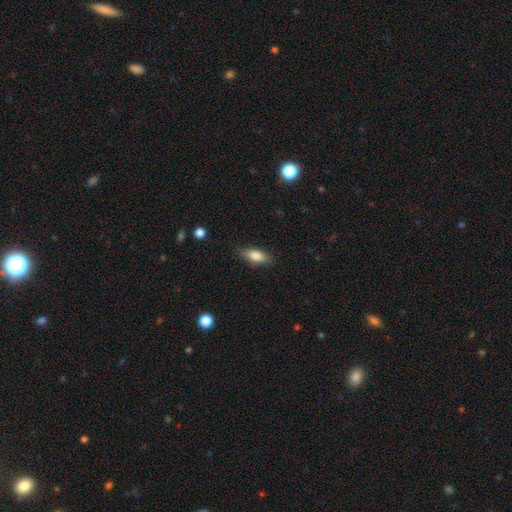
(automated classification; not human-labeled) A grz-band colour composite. It shows a smooth galaxy with no disk features (81%) that is in between round and cigar-shaped (76%). Merging: none (84%).